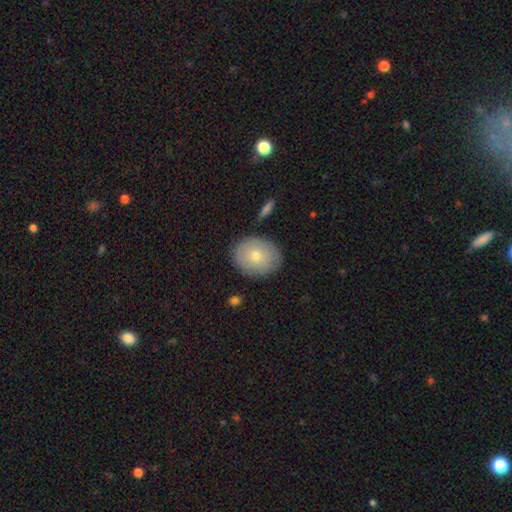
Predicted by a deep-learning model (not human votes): Smooth or featured?
  - smooth: 69% *
  - featured or disk: 24%
  - star or artifact: 8%
How rounded?
  - round: 55% *
  - in between: 44%
  - cigar-shaped: 1%
Merging?
  - none: 85% *
  - minor disturbance: 10%
  - major disturbance: 2%
  - merger: 2%